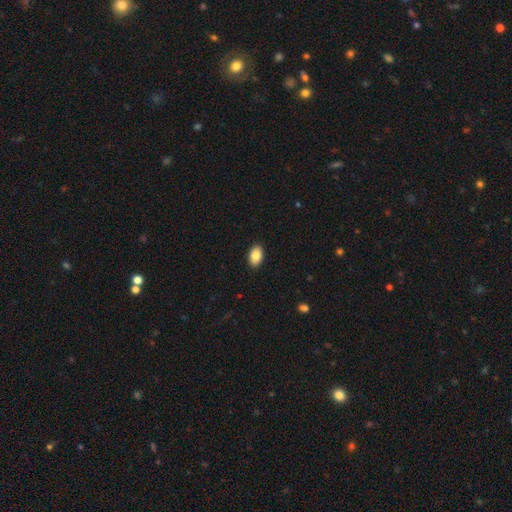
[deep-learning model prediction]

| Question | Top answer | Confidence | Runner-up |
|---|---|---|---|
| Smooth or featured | smooth | 86% | star or artifact (7%) |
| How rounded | in between | 90% | round (8%) |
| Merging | none | 91% | minor disturbance (7%) |